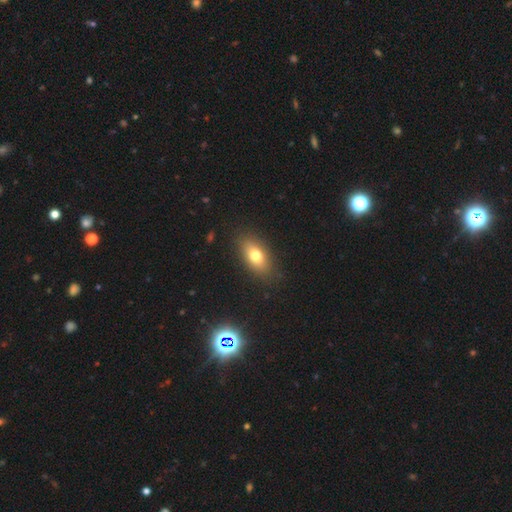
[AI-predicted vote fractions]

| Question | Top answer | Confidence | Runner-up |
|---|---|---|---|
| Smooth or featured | smooth | 74% | featured or disk (17%) |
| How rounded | in between | 85% | round (9%) |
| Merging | none | 85% | minor disturbance (11%) |